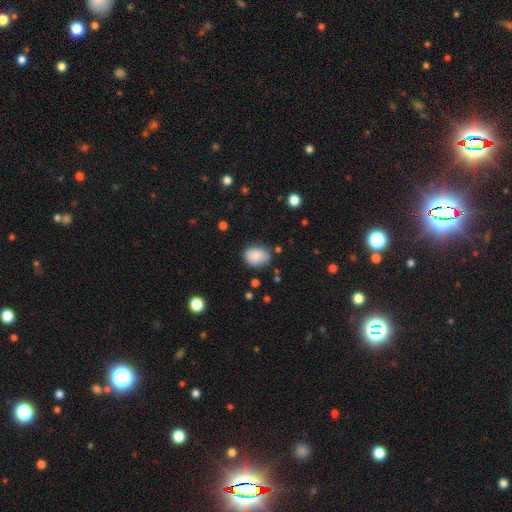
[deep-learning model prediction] A smooth galaxy with no disk features (84%) that is in between round and cigar-shaped (65%).

Vote fractions:
- Smooth or featured? smooth: 84% / star or artifact: 8% / featured or disk: 8%
- How rounded? in between: 65% / round: 34% / cigar-shaped: 1%
- Merging? none: 69% / minor disturbance: 24% / major disturbance: 5% / merger: 3%